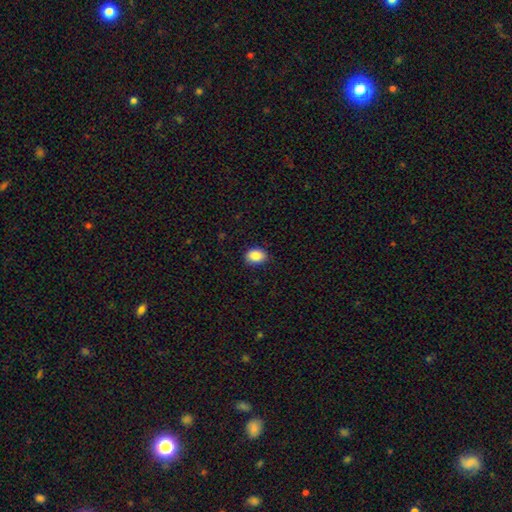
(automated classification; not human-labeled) Smooth or featured: smooth — 89% (star or artifact — 8%)
How rounded: in between — 71% (round — 28%)
Merging: none — 85% (minor disturbance — 12%)